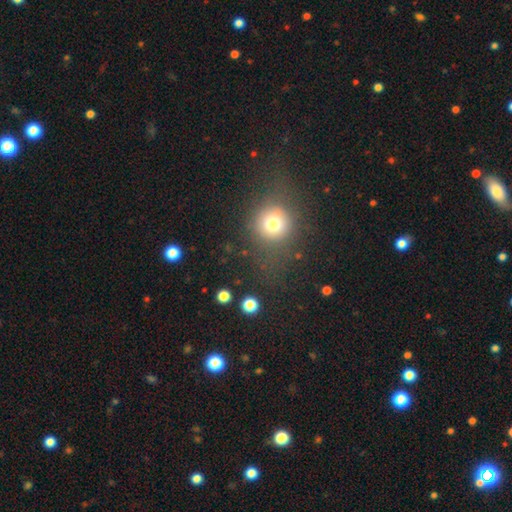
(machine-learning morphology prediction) This is possibly a smooth galaxy (55%). How rounded: likely round (77%). Merging: clearly none (83%).